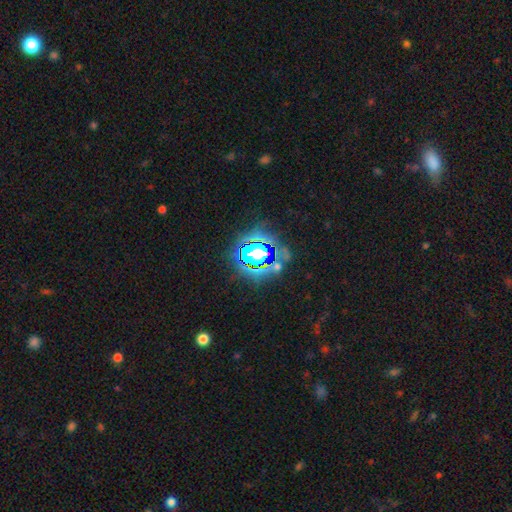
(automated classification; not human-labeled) The model was most divided on "smooth or featured": star or artifact: 60%, smooth: 22%, featured or disk: 18%.